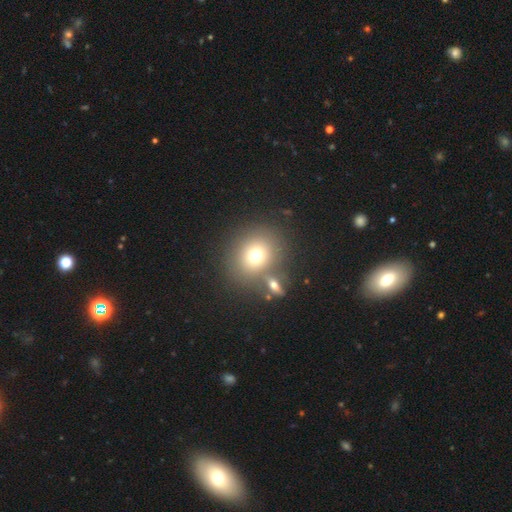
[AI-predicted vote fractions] Smooth or featured? smooth (71%)
How rounded? round (74%)
Merging? none (63%)